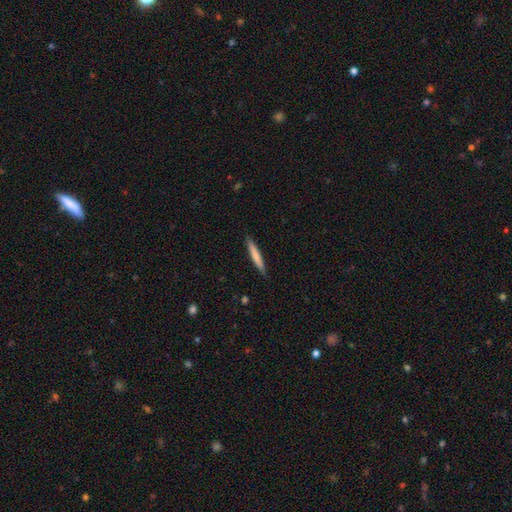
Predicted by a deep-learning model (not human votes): A smooth galaxy with no disk features (72%) that is cigar-shaped (95%). Merging: none (89%).